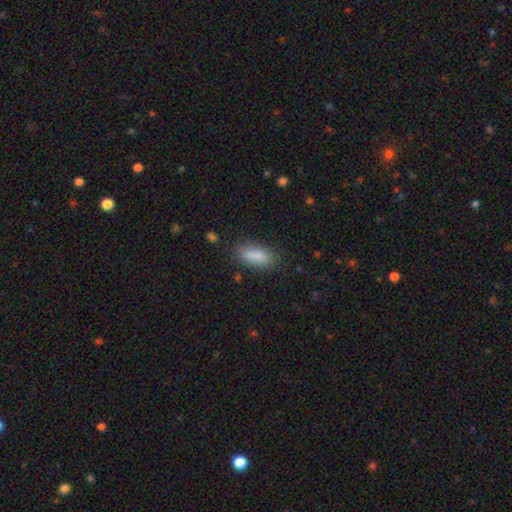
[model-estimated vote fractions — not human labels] Overall: smooth (86%). How rounded: in between (79%). Merging: none (80%).